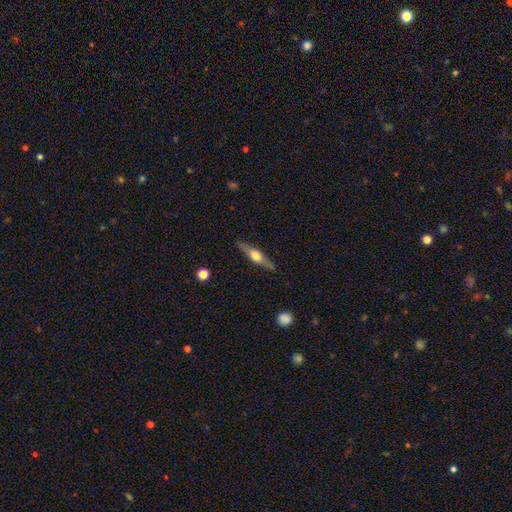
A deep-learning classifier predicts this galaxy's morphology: This appears to be a featured or disk galaxy (60%) viewed edge-on (92%) with a rounded central bulge (89%). Merging: none (83%).